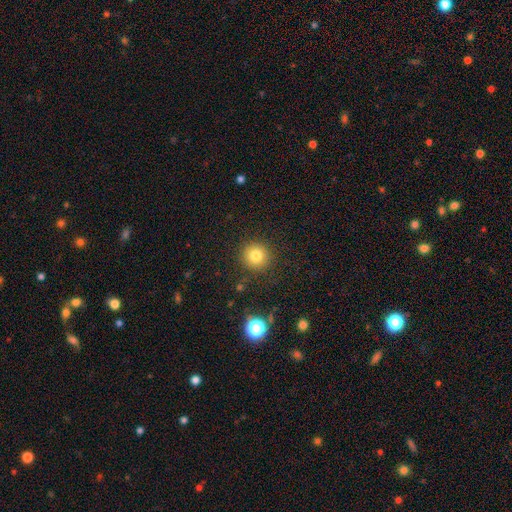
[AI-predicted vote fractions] smooth-or-featured: smooth: 80% | star or artifact: 13% | featured or disk: 7%
  how-rounded: round: 94% | in between: 5% | cigar-shaped: 1%
  merging: none: 90% | minor disturbance: 6% | major disturbance: 2% | merger: 1%